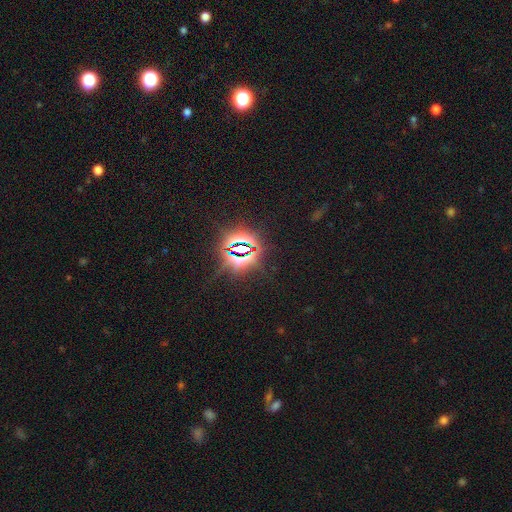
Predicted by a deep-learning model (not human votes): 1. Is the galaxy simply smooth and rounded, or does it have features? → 83% star or artifact, 11% smooth, 7% featured or disk.